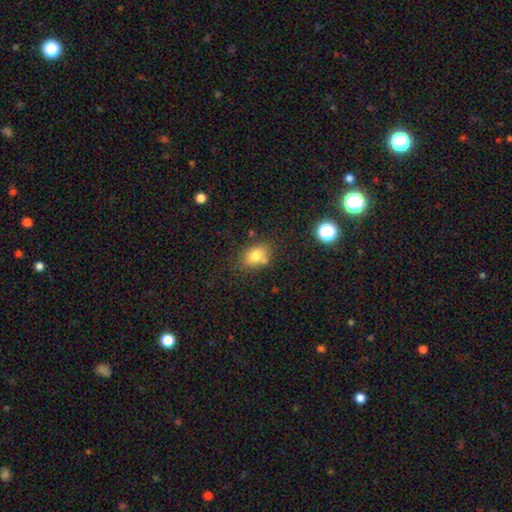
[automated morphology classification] The model was most divided on "how rounded": in between: 70%, round: 28%, cigar-shaped: 2%. More confident: smooth or featured — smooth (77%); merging — none (63%).